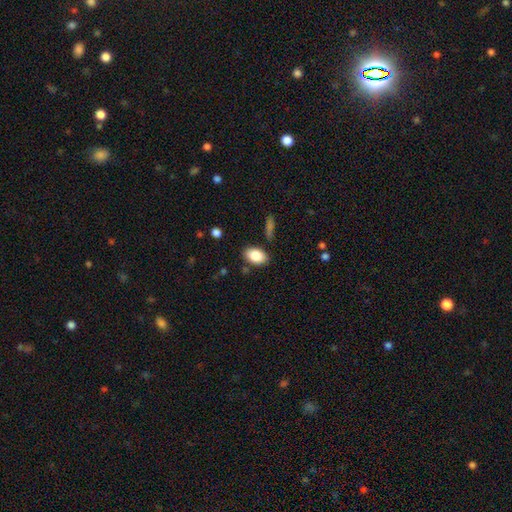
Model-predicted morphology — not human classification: Smooth or featured?
  - smooth: 85% *
  - featured or disk: 8%
  - star or artifact: 7%
How rounded?
  - in between: 88% *
  - round: 10%
  - cigar-shaped: 1%
Merging?
  - none: 83% *
  - minor disturbance: 11%
  - merger: 3%
  - major disturbance: 3%